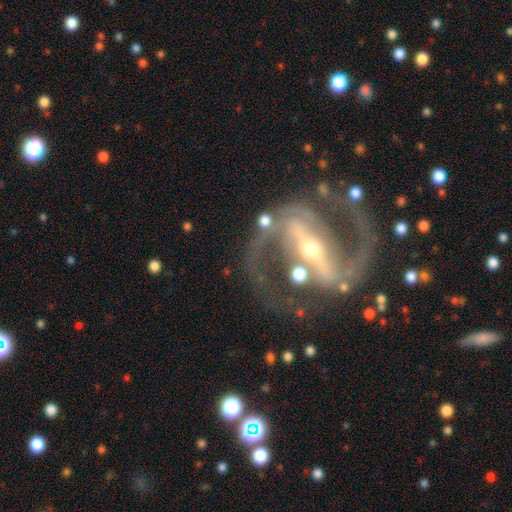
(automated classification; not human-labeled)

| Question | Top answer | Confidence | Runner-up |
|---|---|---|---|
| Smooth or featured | featured or disk | 93% | star or artifact (5%) |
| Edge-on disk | no | 95% | yes (5%) |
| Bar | strong | 81% | weak (13%) |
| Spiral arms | yes | 97% | no (3%) |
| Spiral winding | medium | 60% | tight (21%) |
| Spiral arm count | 2 | 94% | can't tell (2%) |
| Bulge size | small | 59% | moderate (35%) |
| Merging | none | 78% | minor disturbance (11%) |